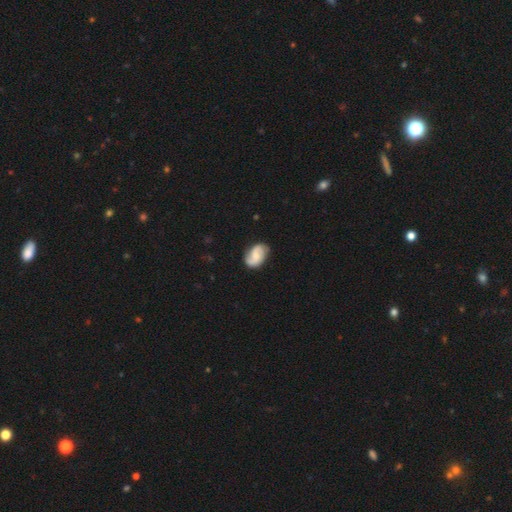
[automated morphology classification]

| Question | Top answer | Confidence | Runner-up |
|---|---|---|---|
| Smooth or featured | featured or disk | 66% | smooth (27%) |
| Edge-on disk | no | 97% | yes (3%) |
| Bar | no | 51% | weak (40%) |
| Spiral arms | yes | 93% | no (7%) |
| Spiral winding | medium | 42% | loose (38%) |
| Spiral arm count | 2 | 87% | can't tell (6%) |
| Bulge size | small | 46% | moderate (39%) |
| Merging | none | 78% | minor disturbance (17%) |